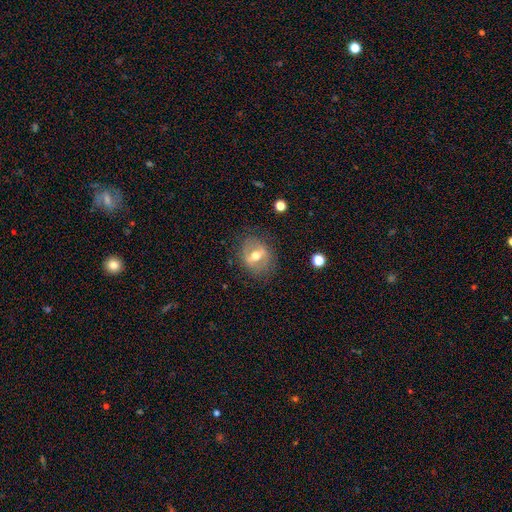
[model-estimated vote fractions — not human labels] A featured or disk galaxy (57%).

Vote fractions:
- Smooth or featured? featured or disk: 57% / smooth: 34% / star or artifact: 9%
- Edge-on disk? no: 86% / yes: 14%
- Merging? none: 77% / minor disturbance: 15% / major disturbance: 7% / merger: 1%